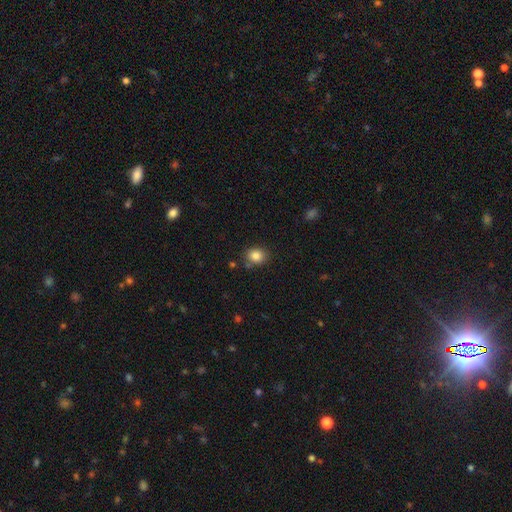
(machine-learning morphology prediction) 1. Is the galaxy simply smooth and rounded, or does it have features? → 85% smooth, 10% star or artifact, 5% featured or disk.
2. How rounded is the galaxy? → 63% round, 36% in between, 1% cigar-shaped.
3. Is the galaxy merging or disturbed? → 79% none, 12% minor disturbance, 6% merger, 3% major disturbance.